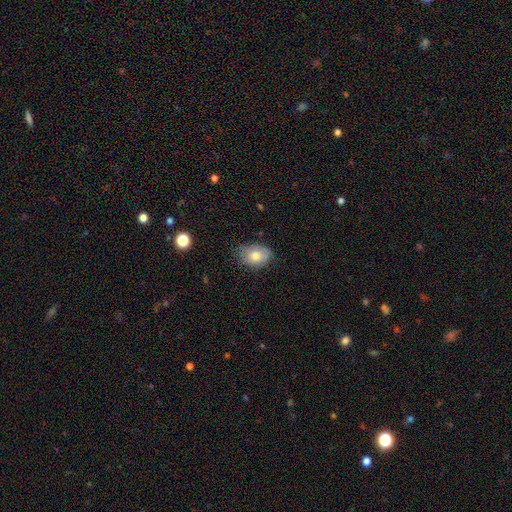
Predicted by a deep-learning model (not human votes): smooth 75%, featured or disk 17%, star or artifact 8%. Down the decision tree: how rounded — in between (77%); merging — none (69%).